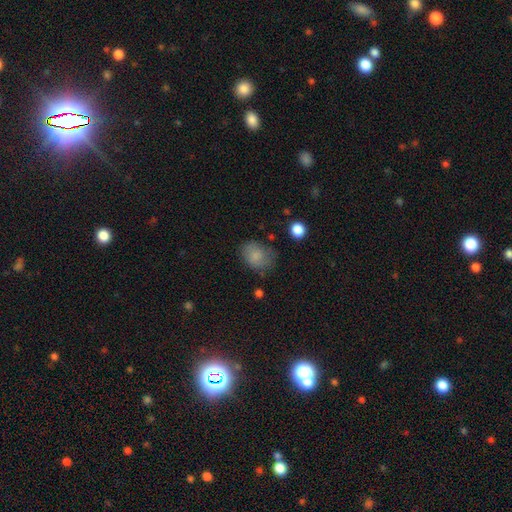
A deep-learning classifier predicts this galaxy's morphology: Q: Smooth or featured?
A: smooth (81%); runner-up: featured or disk (10%)
Q: How rounded?
A: in between (59%); runner-up: round (40%)
Q: Merging?
A: none (64%); runner-up: minor disturbance (25%)